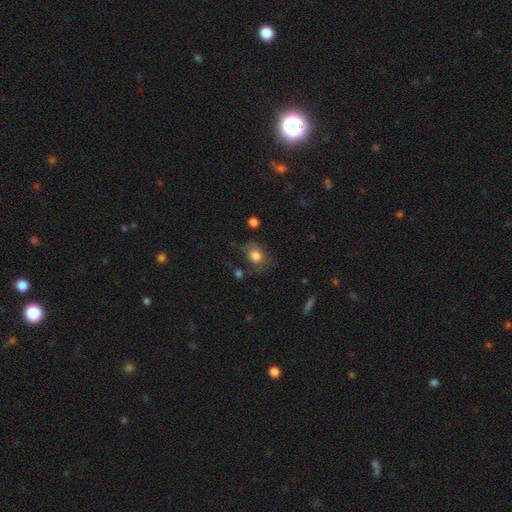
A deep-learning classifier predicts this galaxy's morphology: This appears to be a smooth galaxy with no disk features (78%) that is in between round and cigar-shaped (53%). Merging: none (60%).